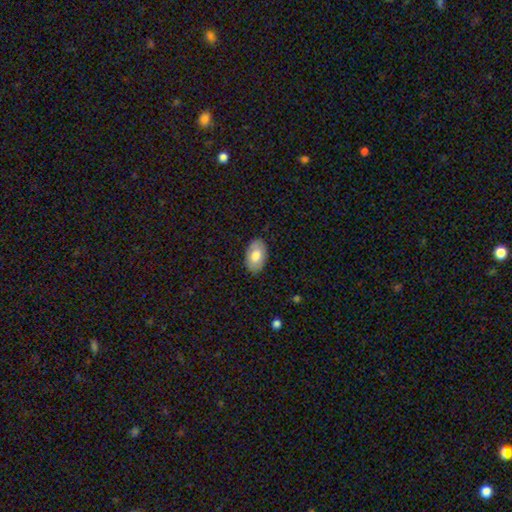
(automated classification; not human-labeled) smooth 76%, featured or disk 18%, star or artifact 6%. Down the decision tree: how rounded — in between (93%); merging — none (86%).